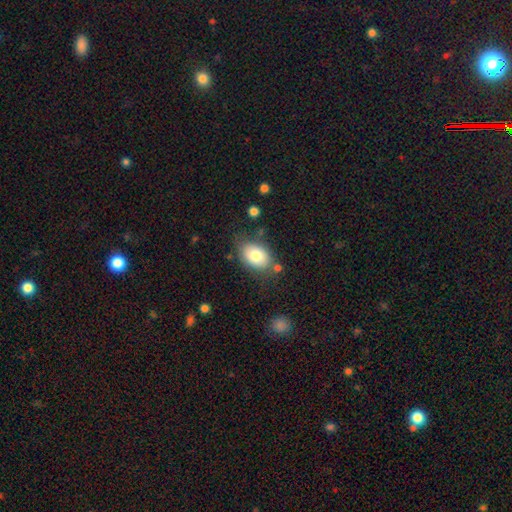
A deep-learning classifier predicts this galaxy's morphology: smooth-or-featured: smooth: 79% | featured or disk: 14% | star or artifact: 8%
  how-rounded: in between: 81% | round: 18% | cigar-shaped: 1%
  merging: none: 73% | minor disturbance: 17% | merger: 5% | major disturbance: 5%